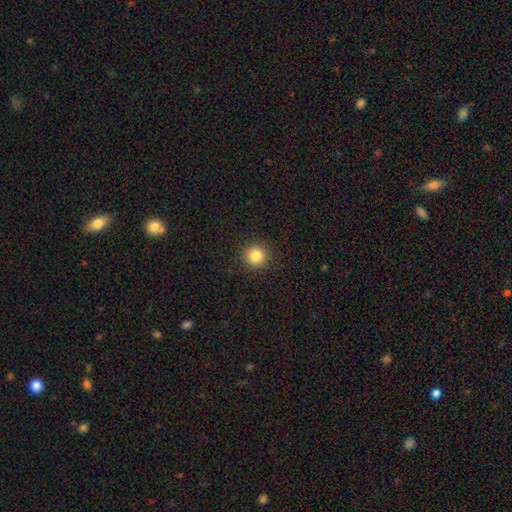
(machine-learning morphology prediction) This appears to be a smooth galaxy with no disk features (84%) that is round (93%). Merging: none (92%).